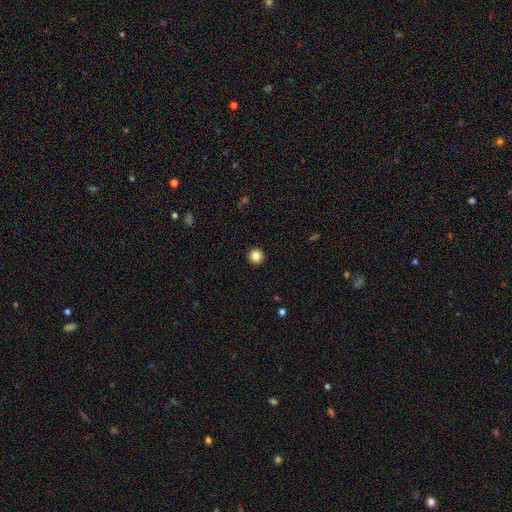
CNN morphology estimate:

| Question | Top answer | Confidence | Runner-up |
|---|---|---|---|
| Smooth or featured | smooth | 84% | star or artifact (11%) |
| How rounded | round | 96% | in between (3%) |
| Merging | none | 94% | minor disturbance (4%) |